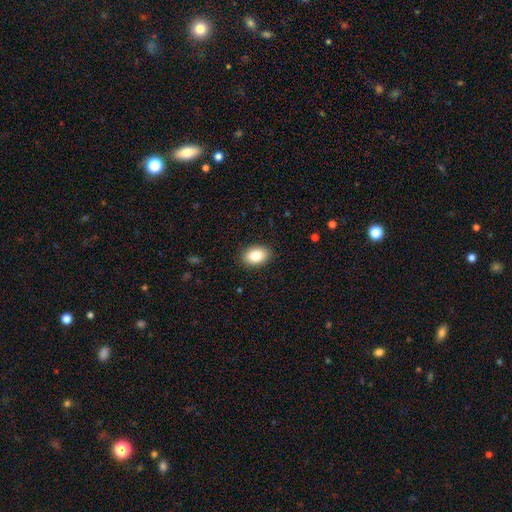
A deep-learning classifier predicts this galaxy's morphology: smooth 85%, star or artifact 8%, featured or disk 7%. Down the decision tree: how rounded — in between (83%); merging — none (89%).